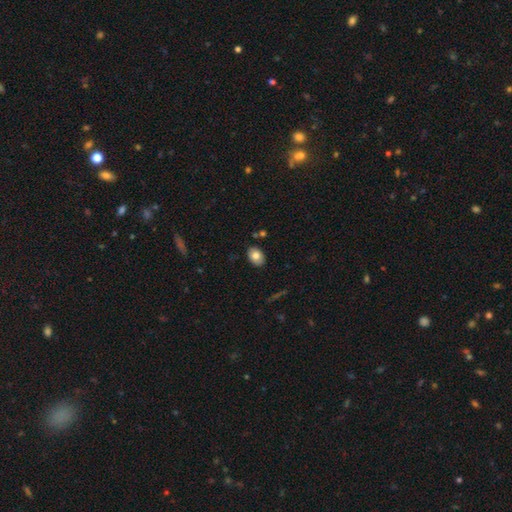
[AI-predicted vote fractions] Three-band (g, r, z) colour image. It shows a smooth galaxy with no disk features (78%) that is in between round and cigar-shaped (82%). Merging: none (85%).